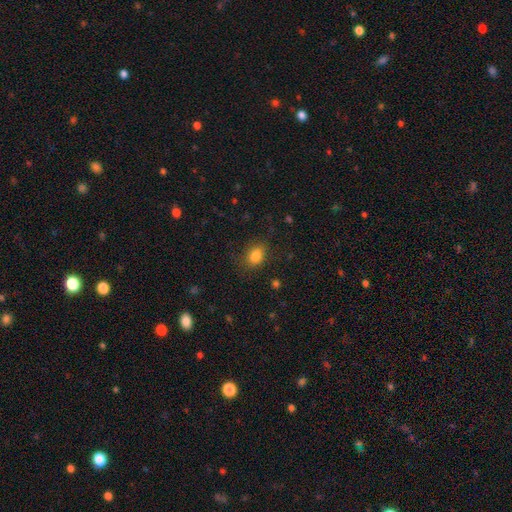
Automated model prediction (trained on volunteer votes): smooth-or-featured: smooth: 83% | star or artifact: 11% | featured or disk: 6%
  how-rounded: in between: 65% | round: 34% | cigar-shaped: 1%
  merging: none: 79% | minor disturbance: 15% | major disturbance: 5% | merger: 1%